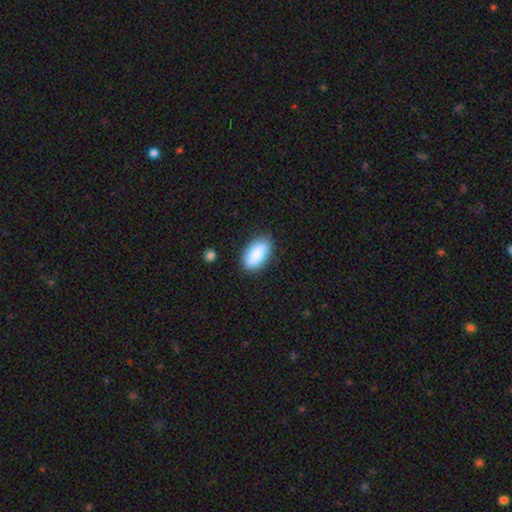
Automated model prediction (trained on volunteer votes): Morphology: type=smooth (87%); roundness=in between (93%); merging=none (82%).